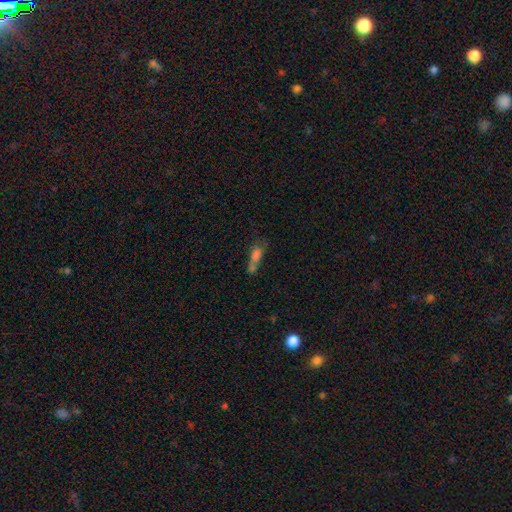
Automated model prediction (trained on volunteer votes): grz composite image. It shows a smooth galaxy with no disk features (59%) that is in between round and cigar-shaped (55%). Merging: merger (40%).